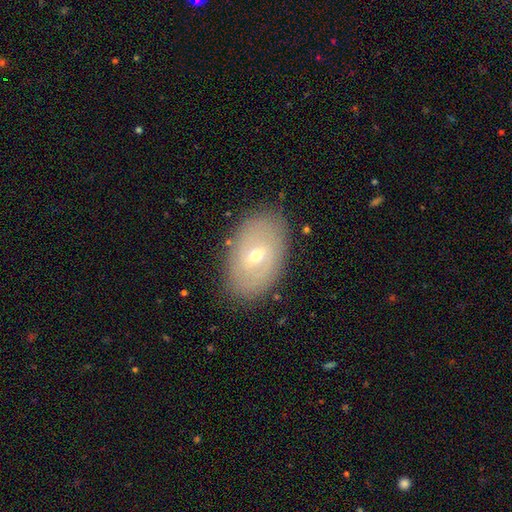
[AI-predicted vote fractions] This appears to be a featured or disk galaxy (54%). Merging: none (85%).